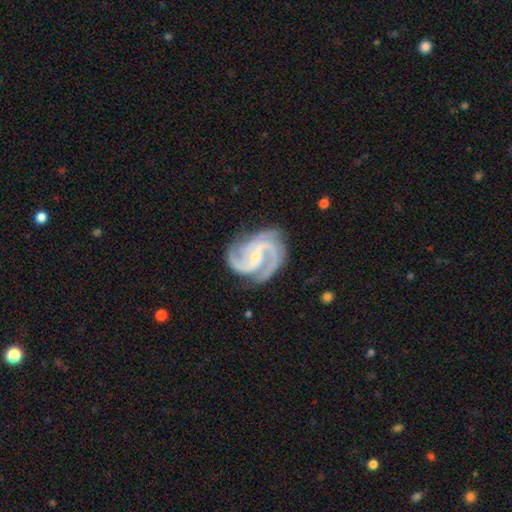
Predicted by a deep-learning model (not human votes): Morphology: type=featured or disk (93%); edge-on=no (98%); bar=weak (43%); spiral arms=yes (99%); winding=medium (57%); arm count=3 (46%); bulge=small (70%); merging=none (74%).